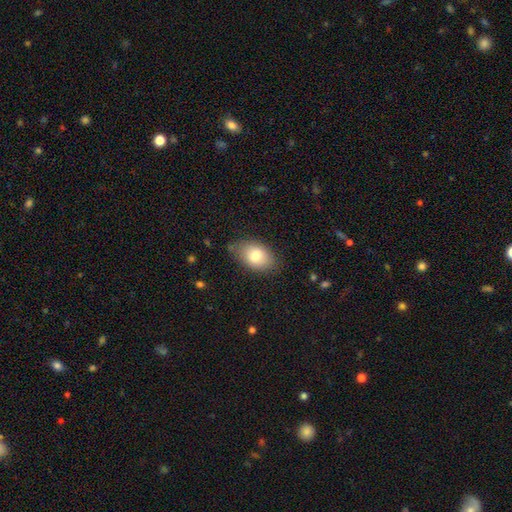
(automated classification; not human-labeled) Overall: smooth (81%). How rounded: in between (88%). Merging: none (79%).